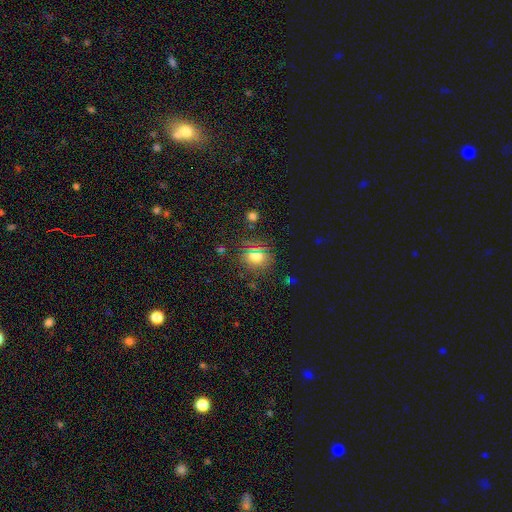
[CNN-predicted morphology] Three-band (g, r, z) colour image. It shows a smooth galaxy with no disk features (62%) that is round (82%). Merging: none (83%).